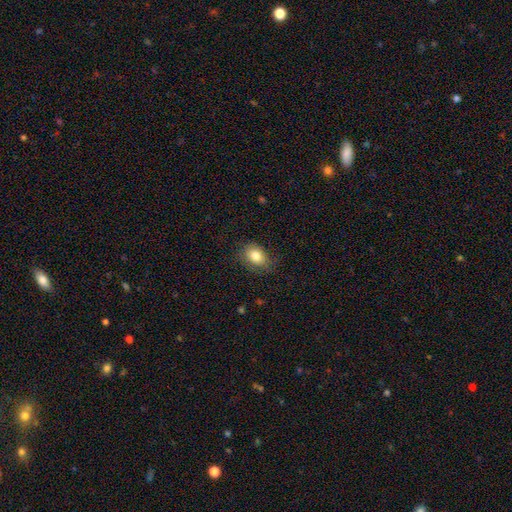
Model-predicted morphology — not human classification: Overall: smooth (81%). How rounded: in between (73%). Merging: none (76%).